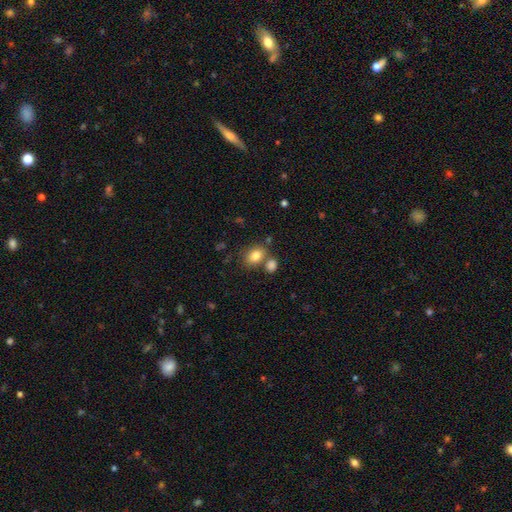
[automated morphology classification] Smooth or featured?
  - smooth: 82% *
  - star or artifact: 10%
  - featured or disk: 8%
How rounded?
  - in between: 63% *
  - round: 36%
  - cigar-shaped: 1%
Merging?
  - none: 62% *
  - merger: 21%
  - minor disturbance: 13%
  - major disturbance: 4%